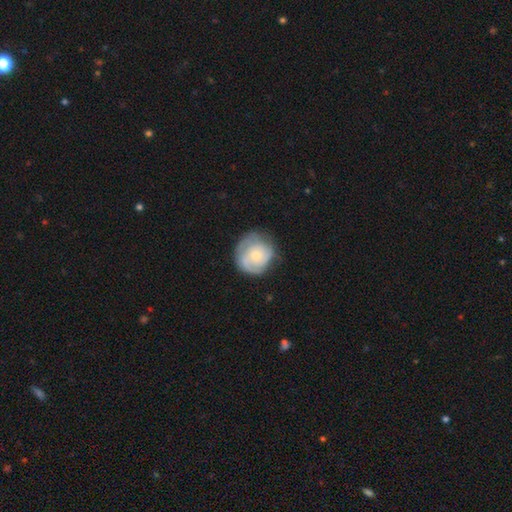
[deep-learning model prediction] Smooth or featured: featured or disk — 54% (smooth — 40%)
Edge-on disk: no — 97% (yes — 3%)
Bar: no — 83% (weak — 15%)
Spiral arms: yes — 74% (no — 26%)
Bulge size: small — 49% (moderate — 44%)
Merging: none — 64% (minor disturbance — 25%)